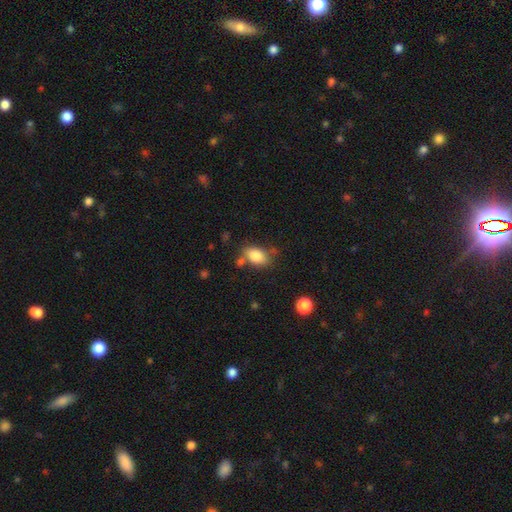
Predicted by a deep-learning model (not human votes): smooth-or-featured: smooth: 83% | featured or disk: 9% | star or artifact: 8%
  how-rounded: in between: 87% | round: 11% | cigar-shaped: 2%
  merging: none: 65% | minor disturbance: 19% | merger: 10% | major disturbance: 6%